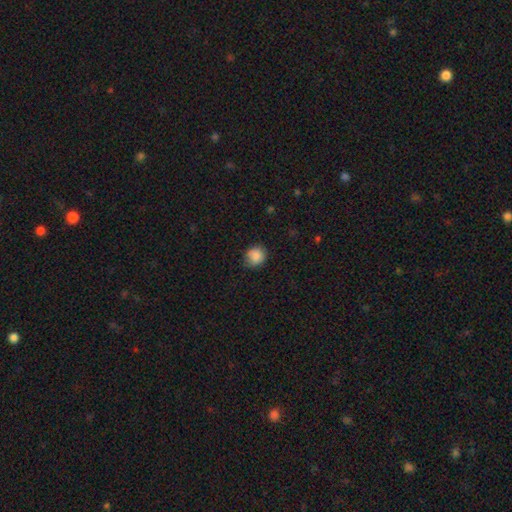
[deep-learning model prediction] smooth 87%, star or artifact 9%, featured or disk 4%. Down the decision tree: how rounded — round (85%); merging — none (77%).